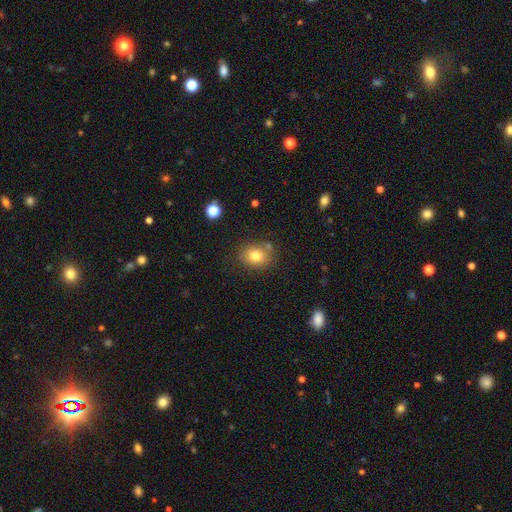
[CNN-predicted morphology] A smooth galaxy with no disk features (79%) that is round (57%).

Vote fractions:
- Smooth or featured? smooth: 79% / star or artifact: 11% / featured or disk: 10%
- How rounded? round: 57% / in between: 42% / cigar-shaped: 1%
- Merging? none: 75% / minor disturbance: 13% / merger: 8% / major disturbance: 4%